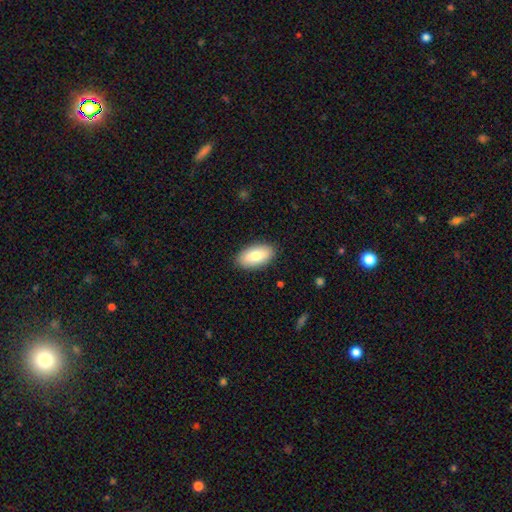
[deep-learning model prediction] smooth 79%, featured or disk 15%, star or artifact 6%. Down the decision tree: how rounded — in between (93%); merging — none (89%).